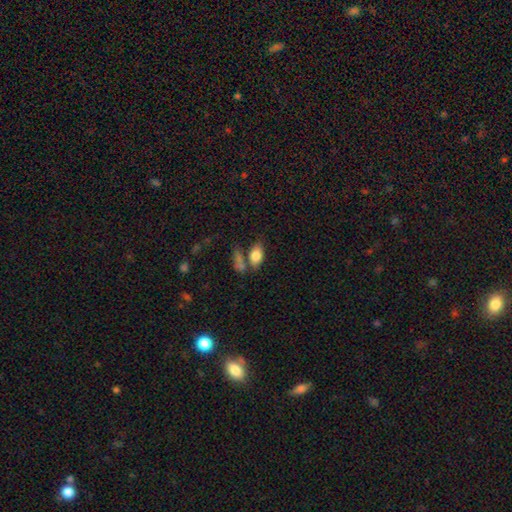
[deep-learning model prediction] Morphology: type=smooth (82%); roundness=in between (89%); merging=none (55%).